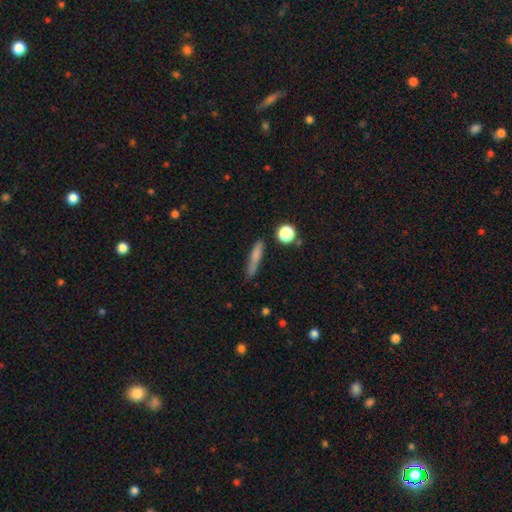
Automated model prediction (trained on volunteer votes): Morphology: type=smooth (70%); roundness=cigar-shaped (84%); merging=none (71%).